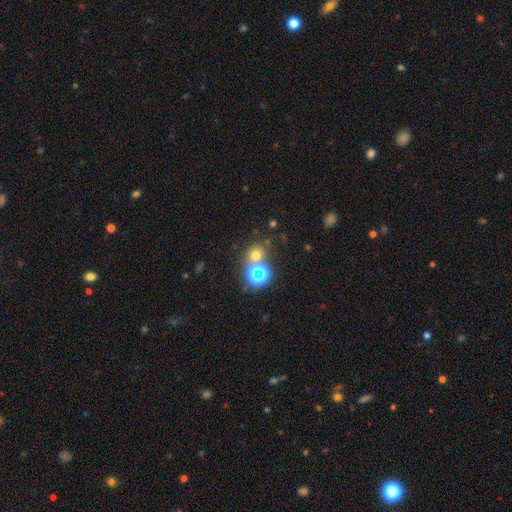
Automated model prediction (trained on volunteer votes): smooth 59%, star or artifact 32%, featured or disk 8%. Down the decision tree: how rounded — round (80%); merging — none (67%).